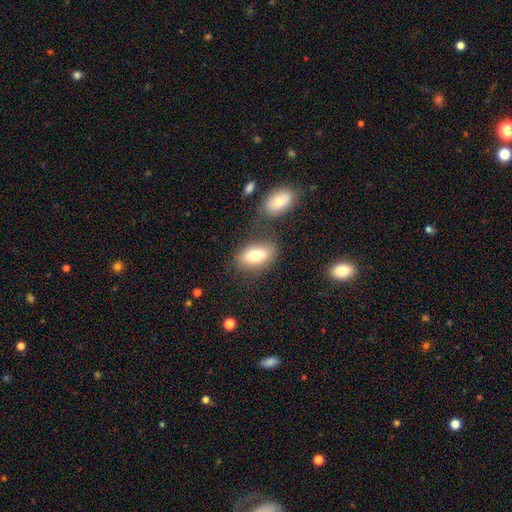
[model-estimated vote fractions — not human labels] A smooth galaxy with no disk features (76%) that is in between round and cigar-shaped (88%). Merging: none (70%).